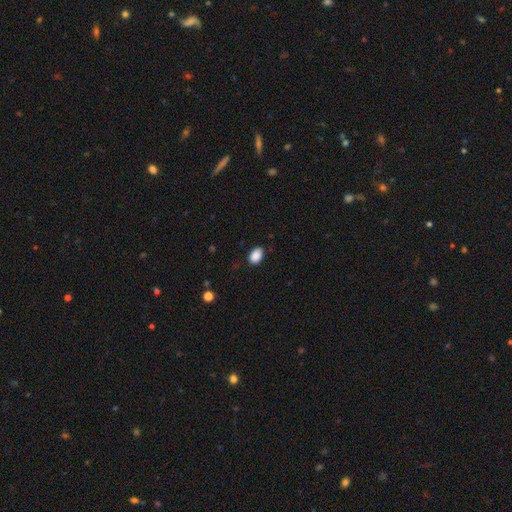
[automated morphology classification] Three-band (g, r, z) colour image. It shows a smooth galaxy with no disk features (89%) that is in between round and cigar-shaped (87%). Merging: none (85%).